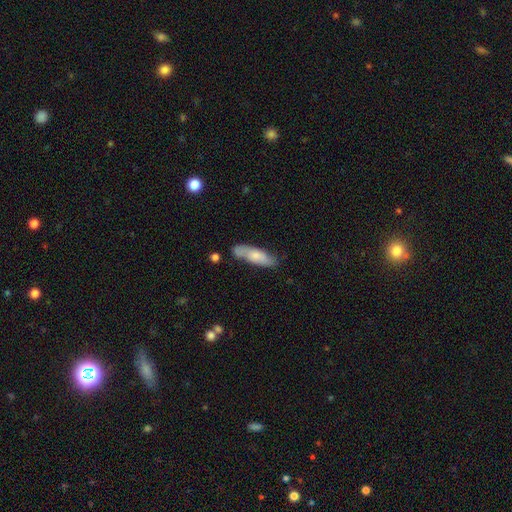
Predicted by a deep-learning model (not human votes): Smooth or featured? Predicted: smooth (p=0.66). How rounded? Predicted: in between (p=0.50). Merging? Predicted: none (p=0.66).